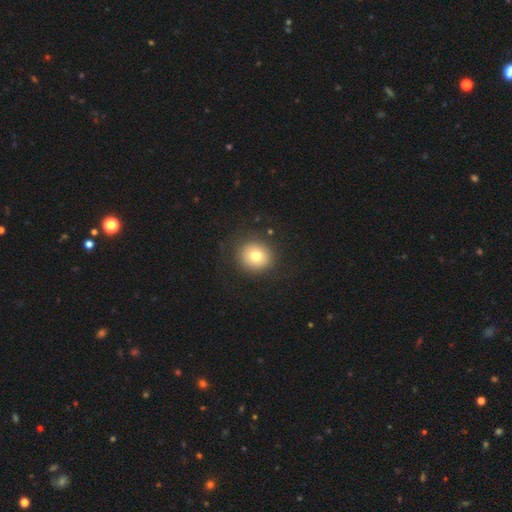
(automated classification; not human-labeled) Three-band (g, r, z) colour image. It shows a smooth galaxy with no disk features (76%) that is round (86%). Merging: none (88%).